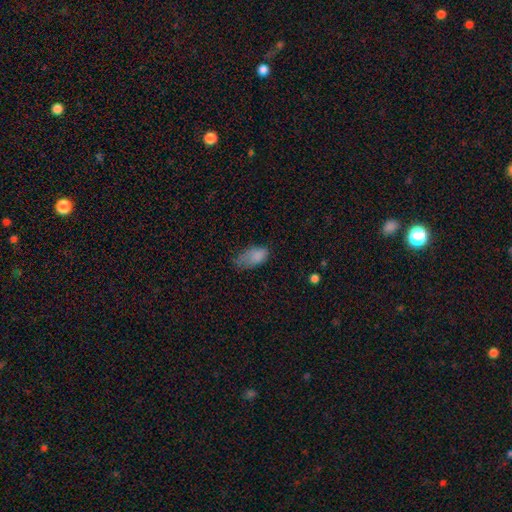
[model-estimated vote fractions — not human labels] A smooth galaxy with no disk features (80%) that is in between round and cigar-shaped (92%).

Vote fractions:
- Smooth or featured? smooth: 80% / star or artifact: 10% / featured or disk: 9%
- How rounded? in between: 92% / round: 5% / cigar-shaped: 3%
- Merging? minor disturbance: 39% / none: 36% / major disturbance: 22% / merger: 2%